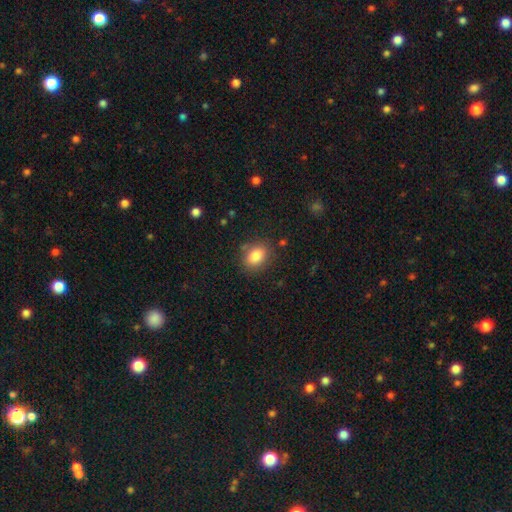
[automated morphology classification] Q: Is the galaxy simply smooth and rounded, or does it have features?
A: smooth — 85%.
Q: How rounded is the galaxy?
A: in between — 73%.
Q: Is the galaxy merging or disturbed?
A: none — 80%.